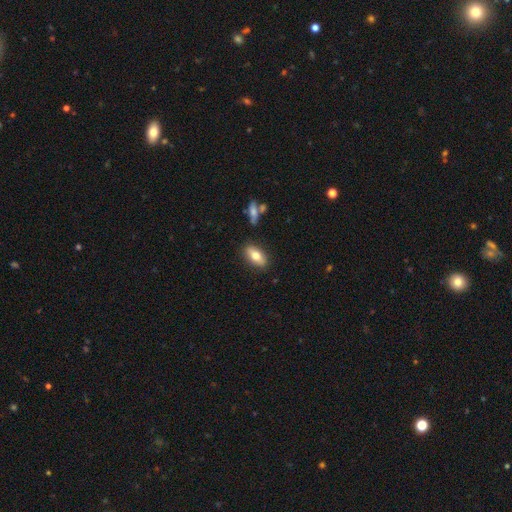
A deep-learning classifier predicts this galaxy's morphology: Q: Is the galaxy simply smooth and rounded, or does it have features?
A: smooth — 73%.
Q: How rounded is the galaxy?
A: in between — 85%.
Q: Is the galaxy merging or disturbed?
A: none — 84%.